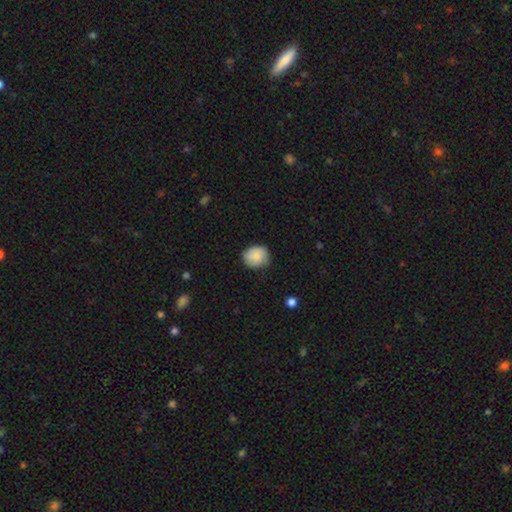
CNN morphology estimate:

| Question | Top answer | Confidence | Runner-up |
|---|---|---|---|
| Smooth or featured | smooth | 79% | featured or disk (15%) |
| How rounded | round | 72% | in between (27%) |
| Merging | none | 72% | minor disturbance (23%) |